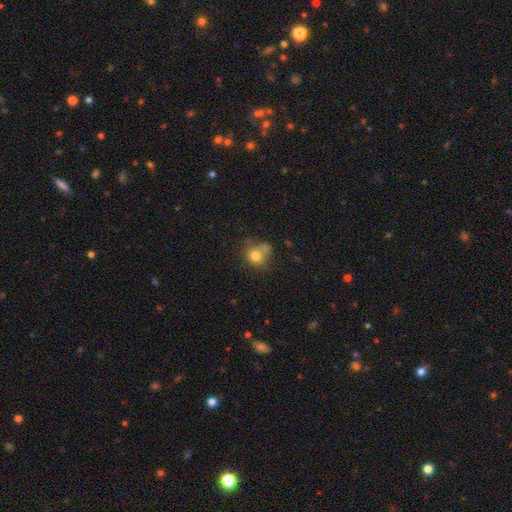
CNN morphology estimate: Smooth or featured? Predicted: smooth (p=0.76). How rounded? Predicted: round (p=0.68). Merging? Predicted: none (p=0.45).